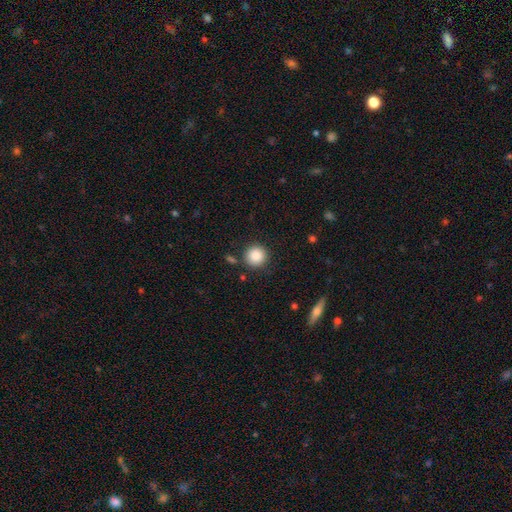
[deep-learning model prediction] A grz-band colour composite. It shows a smooth galaxy with no disk features (88%) that is round (93%). Merging: none (87%).